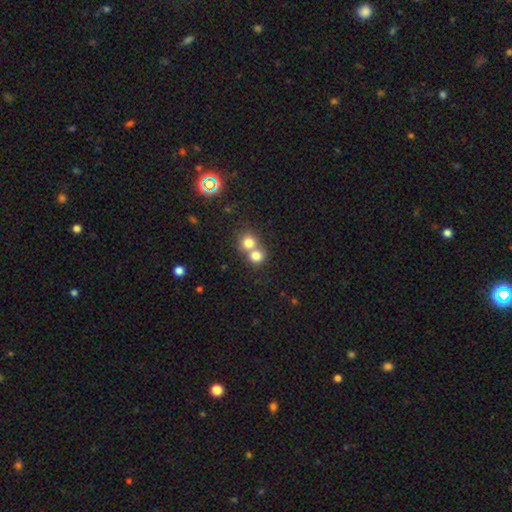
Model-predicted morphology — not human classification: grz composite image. It shows a smooth galaxy with no disk features (78%) that is round (84%). Merging: merger (57%).